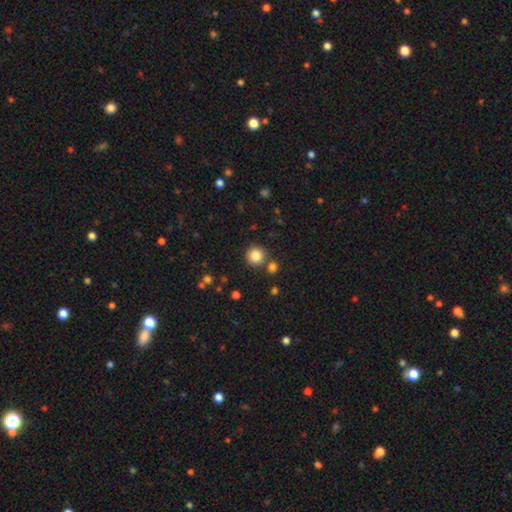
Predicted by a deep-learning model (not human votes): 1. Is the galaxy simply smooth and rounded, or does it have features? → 85% smooth, 10% star or artifact, 5% featured or disk.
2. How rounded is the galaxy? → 93% round, 6% in between, 1% cigar-shaped.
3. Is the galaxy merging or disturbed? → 81% none, 9% merger, 7% minor disturbance, 3% major disturbance.